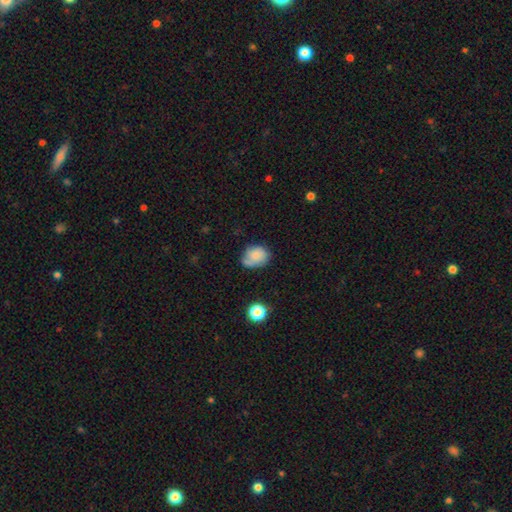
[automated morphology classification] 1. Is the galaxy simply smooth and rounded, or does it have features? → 66% smooth, 24% featured or disk, 9% star or artifact.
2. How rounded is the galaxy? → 51% in between, 48% round, 1% cigar-shaped.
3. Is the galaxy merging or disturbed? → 51% none, 31% minor disturbance, 12% major disturbance, 6% merger.